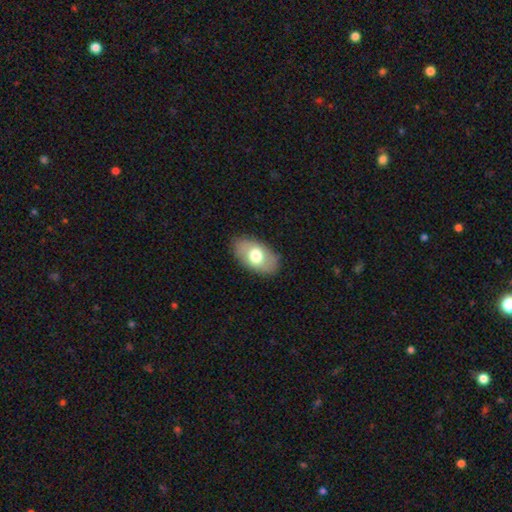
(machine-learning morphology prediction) smooth 68%, featured or disk 25%, star or artifact 7%. Down the decision tree: how rounded — in between (92%); merging — none (85%).